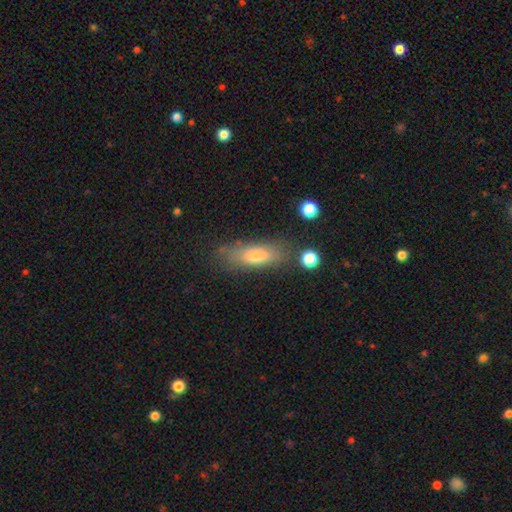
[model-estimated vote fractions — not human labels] smooth-or-featured: smooth: 72% | featured or disk: 20% | star or artifact: 8%
  how-rounded: in between: 58% | cigar-shaped: 39% | round: 3%
  merging: none: 73% | minor disturbance: 16% | major disturbance: 6% | merger: 4%